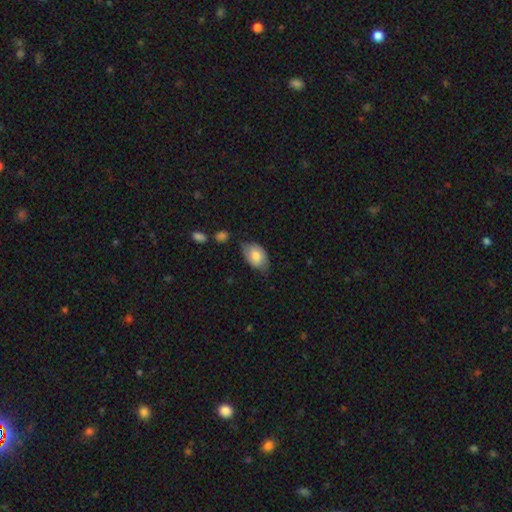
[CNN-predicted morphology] Smooth or featured? smooth (74%)
How rounded? in between (87%)
Merging? none (57%)